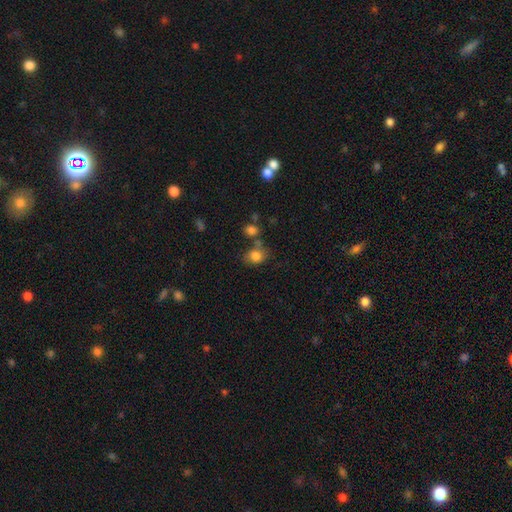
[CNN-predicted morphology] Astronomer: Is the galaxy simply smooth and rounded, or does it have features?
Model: smooth — 81%.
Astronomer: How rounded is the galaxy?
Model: round — 50% (runner-up: in between, 49%).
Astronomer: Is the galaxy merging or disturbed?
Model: none — 58%.